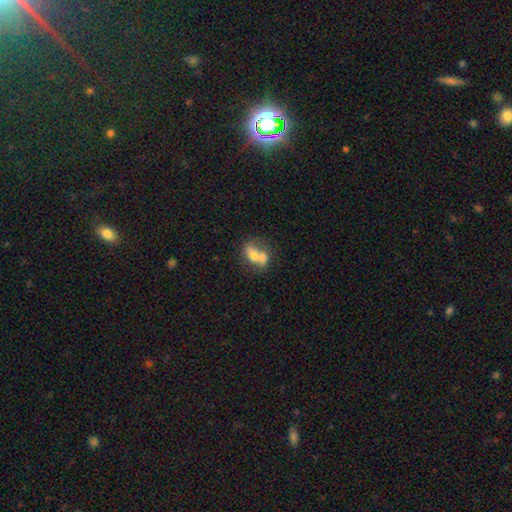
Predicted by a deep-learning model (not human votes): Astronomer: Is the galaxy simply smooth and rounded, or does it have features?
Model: smooth — 64%.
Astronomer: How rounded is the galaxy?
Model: in between — 75%.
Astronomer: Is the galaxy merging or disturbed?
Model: merger — 55%.